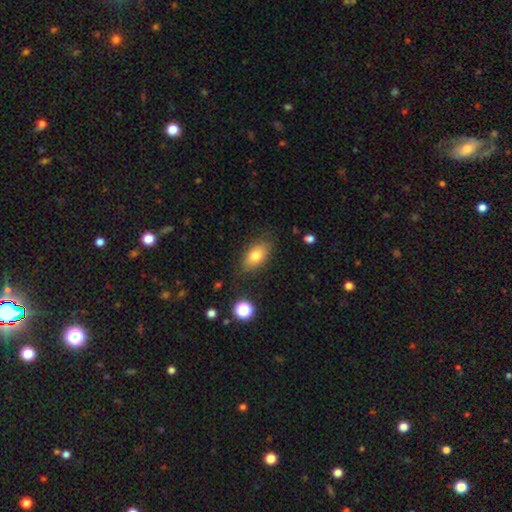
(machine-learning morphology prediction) Q: Smooth or featured?
A: smooth (78%); runner-up: featured or disk (14%)
Q: How rounded?
A: in between (88%); runner-up: round (9%)
Q: Merging?
A: none (80%); runner-up: minor disturbance (15%)